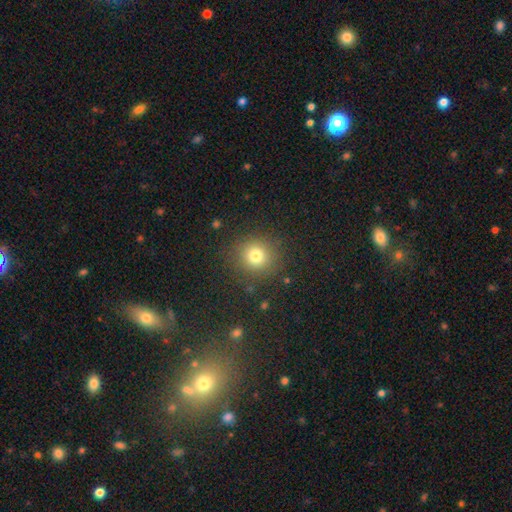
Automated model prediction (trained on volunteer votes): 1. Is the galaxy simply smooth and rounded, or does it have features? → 77% smooth, 16% star or artifact, 8% featured or disk.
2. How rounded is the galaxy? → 90% round, 9% in between, 1% cigar-shaped.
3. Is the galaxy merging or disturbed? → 88% none, 7% minor disturbance, 3% major disturbance, 2% merger.